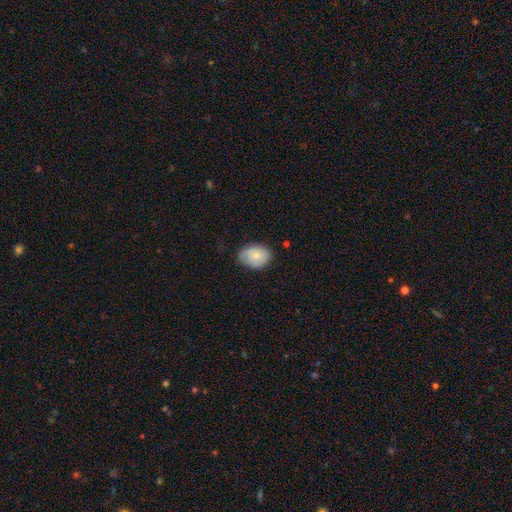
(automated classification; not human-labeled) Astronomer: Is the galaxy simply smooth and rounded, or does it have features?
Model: smooth — 76%.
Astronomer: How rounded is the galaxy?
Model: in between — 74%.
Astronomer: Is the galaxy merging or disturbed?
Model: none — 61%.